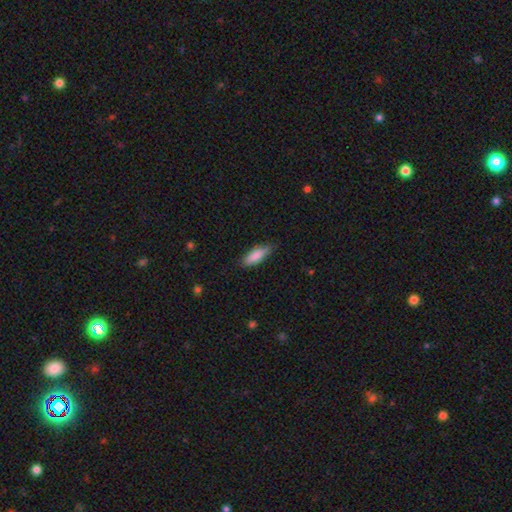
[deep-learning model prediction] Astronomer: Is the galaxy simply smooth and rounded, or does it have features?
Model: smooth — 86%.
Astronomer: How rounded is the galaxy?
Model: in between — 58% (runner-up: cigar-shaped, 40%).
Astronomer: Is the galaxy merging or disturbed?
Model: none — 79%.